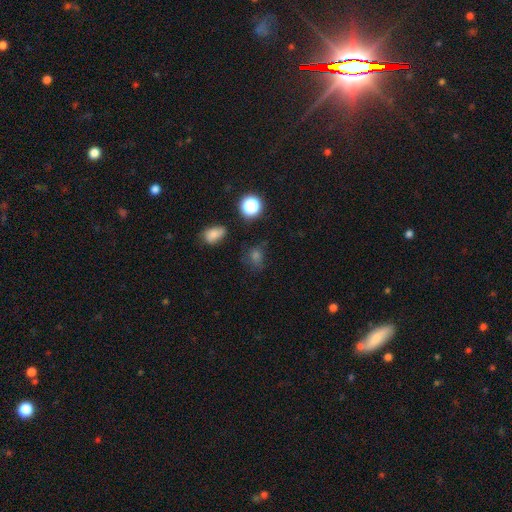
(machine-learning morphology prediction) Smooth or featured? Predicted: smooth (p=0.58). How rounded? Predicted: round (p=0.58). Merging? Predicted: none (p=0.65).